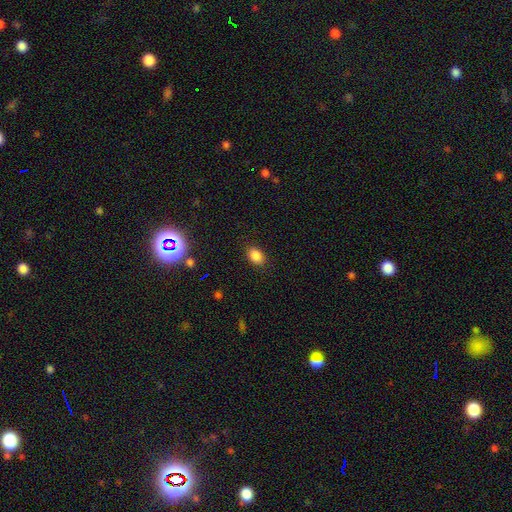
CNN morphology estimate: A smooth galaxy with no disk features (86%) that is in between round and cigar-shaped (76%).

Vote fractions:
- Smooth or featured? smooth: 86% / star or artifact: 10% / featured or disk: 4%
- How rounded? in between: 76% / round: 23% / cigar-shaped: 1%
- Merging? none: 87% / minor disturbance: 9% / major disturbance: 3% / merger: 1%